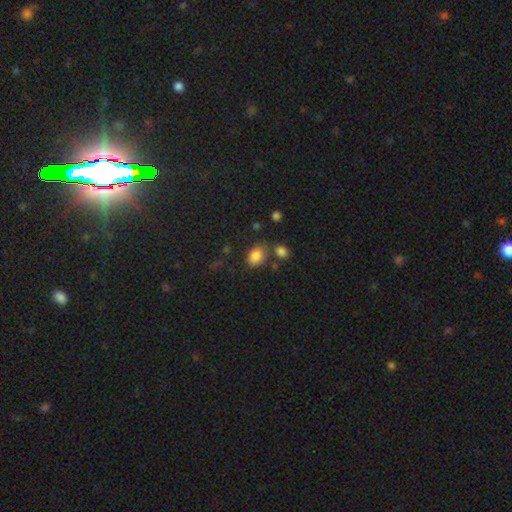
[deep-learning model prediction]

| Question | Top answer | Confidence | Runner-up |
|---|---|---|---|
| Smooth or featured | smooth | 83% | star or artifact (10%) |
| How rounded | in between | 70% | round (29%) |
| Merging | none | 64% | minor disturbance (17%) |